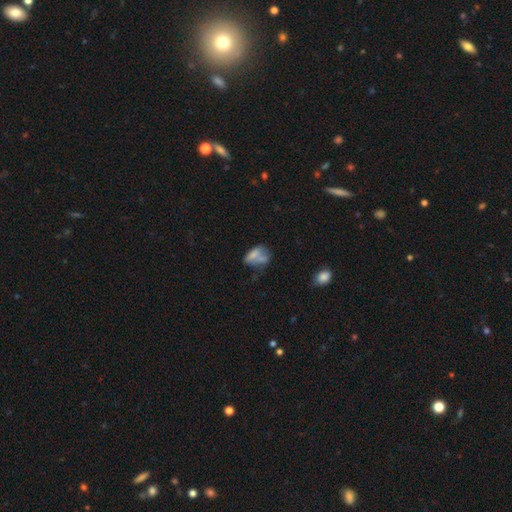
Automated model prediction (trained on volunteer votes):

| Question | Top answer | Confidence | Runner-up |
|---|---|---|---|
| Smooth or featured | smooth | 60% | featured or disk (29%) |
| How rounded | in between | 79% | round (17%) |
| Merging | none | 30% | merger (28%) |